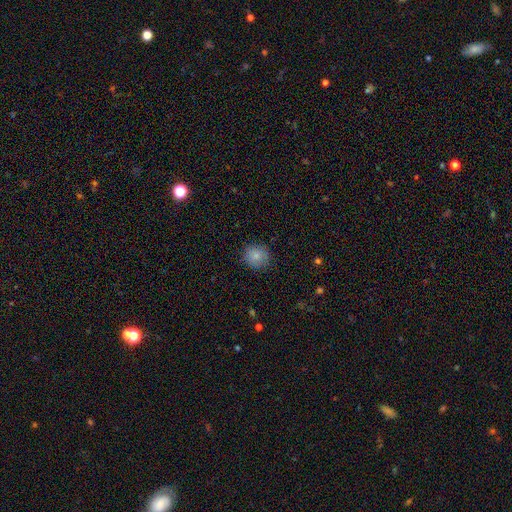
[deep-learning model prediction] The model was most divided on "smooth or featured": smooth: 83%, star or artifact: 9%, featured or disk: 7%. More confident: how rounded — round (88%); merging — none (86%).